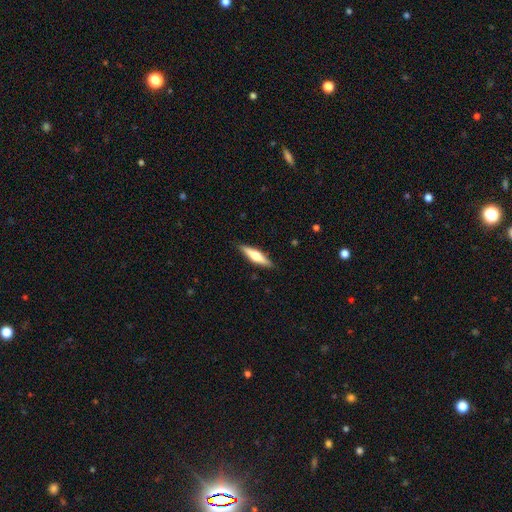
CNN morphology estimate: Q: Smooth or featured?
A: featured or disk (51%); runner-up: smooth (44%)
Q: Edge-on disk?
A: yes (95%); runner-up: no (5%)
Q: Merging?
A: none (89%); runner-up: minor disturbance (8%)